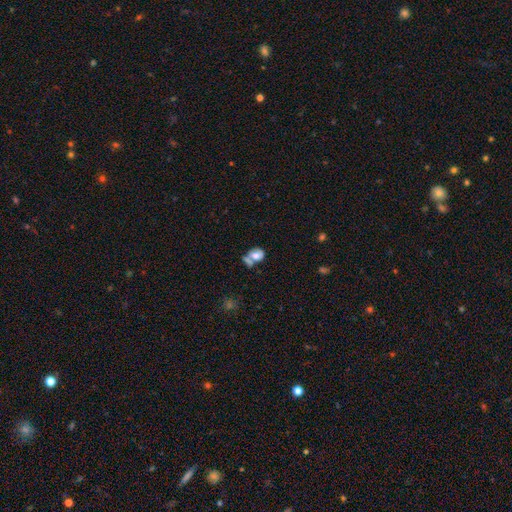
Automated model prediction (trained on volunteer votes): smooth-or-featured: smooth: 64% | featured or disk: 26% | star or artifact: 10%
  how-rounded: in between: 63% | round: 35% | cigar-shaped: 2%
  merging: merger: 43% | none: 30% | minor disturbance: 16% | major disturbance: 11%